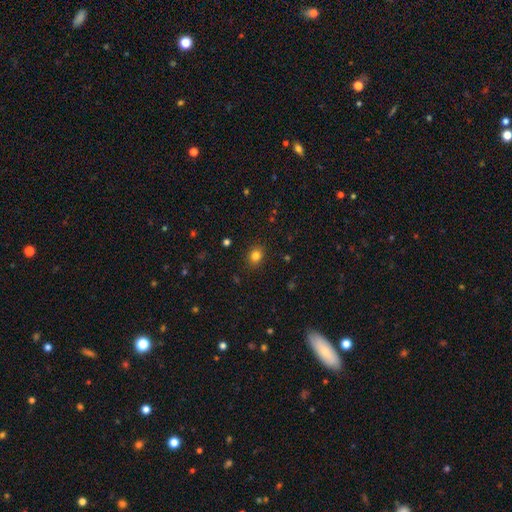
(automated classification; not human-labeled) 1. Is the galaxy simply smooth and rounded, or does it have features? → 81% smooth, 13% star or artifact, 6% featured or disk.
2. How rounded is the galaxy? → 60% round, 39% in between, 1% cigar-shaped.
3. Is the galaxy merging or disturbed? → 87% none, 9% minor disturbance, 3% major disturbance, 1% merger.